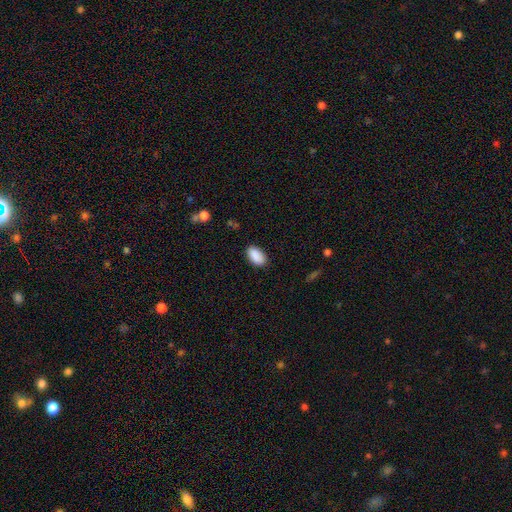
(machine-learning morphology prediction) type=smooth (90%); roundness=in between (94%); merging=none (87%).